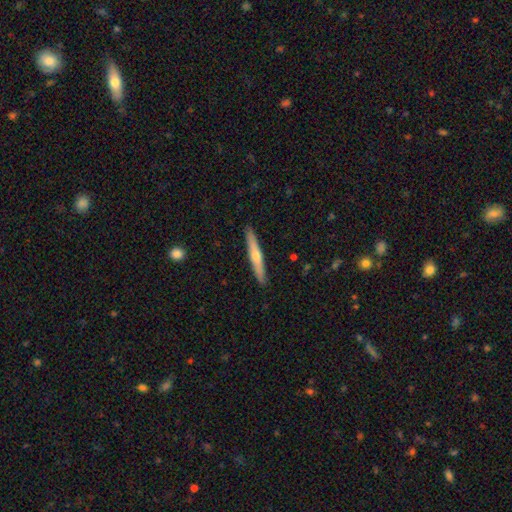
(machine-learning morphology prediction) This is possibly a featured or disk galaxy (53%). It is clearly viewed edge-on (96%). Edge-on bulge: clearly rounded (83%). Merging: clearly none (91%).